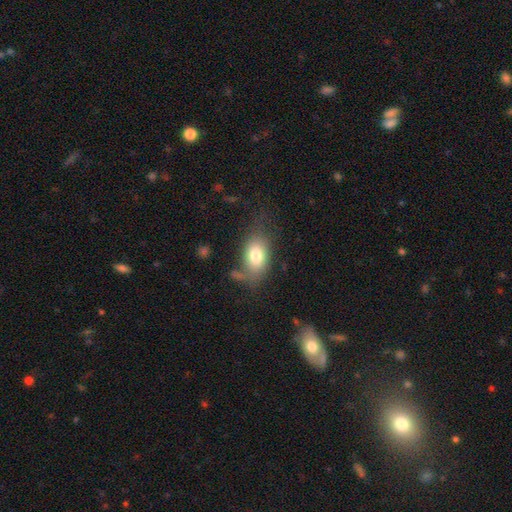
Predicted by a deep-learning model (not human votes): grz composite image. It shows a smooth galaxy with no disk features (76%) that is in between round and cigar-shaped (86%). Merging: none (57%).